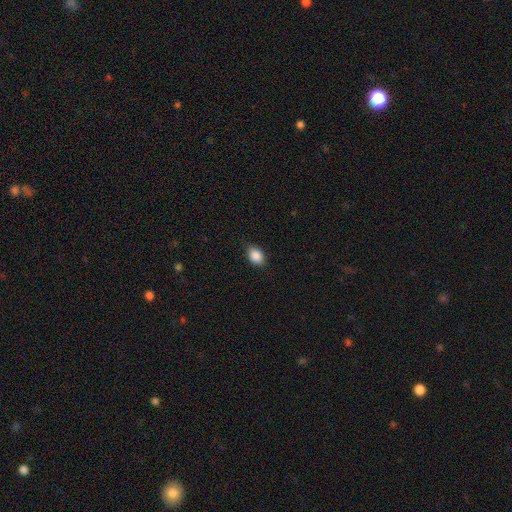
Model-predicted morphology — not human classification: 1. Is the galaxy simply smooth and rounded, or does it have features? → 88% smooth, 8% star or artifact, 4% featured or disk.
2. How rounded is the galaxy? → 79% in between, 19% round, 1% cigar-shaped.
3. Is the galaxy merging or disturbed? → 84% none, 13% minor disturbance, 2% major disturbance, 1% merger.